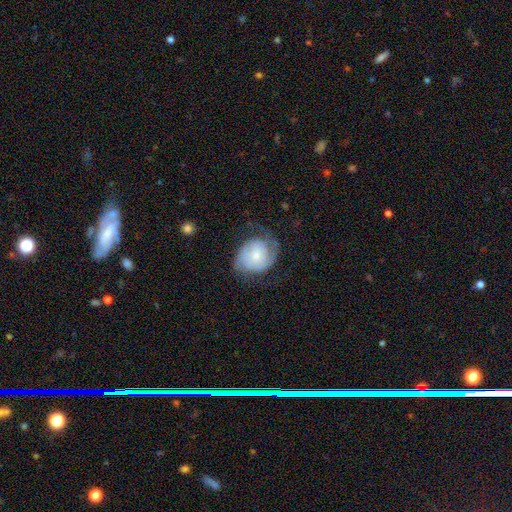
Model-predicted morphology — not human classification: featured or disk 58%, smooth 35%, star or artifact 7%. Down the decision tree: edge-on disk — no (97%); bar — no (73%); spiral arms — yes (86%); bulge size — small (54%); merging — none (51%).